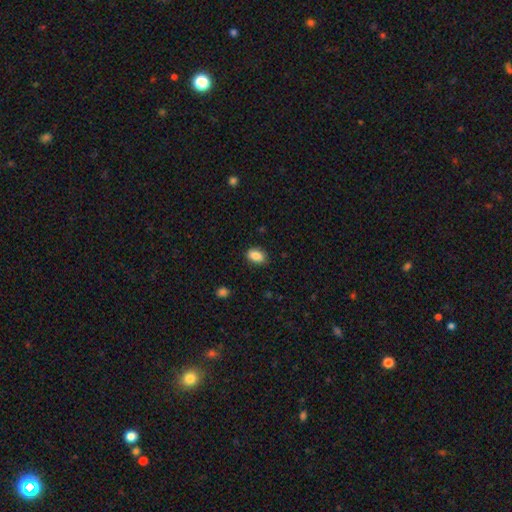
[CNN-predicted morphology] Smooth or featured? smooth (88%)
How rounded? in between (86%)
Merging? none (85%)